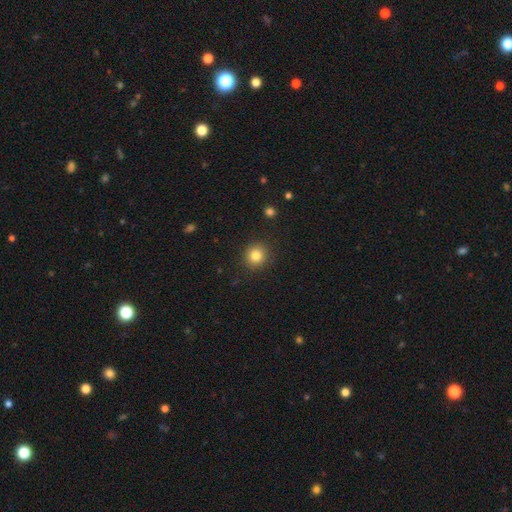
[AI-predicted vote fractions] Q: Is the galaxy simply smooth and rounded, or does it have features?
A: smooth — 82%.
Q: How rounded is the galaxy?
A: round — 91%.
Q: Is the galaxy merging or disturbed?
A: none — 90%.